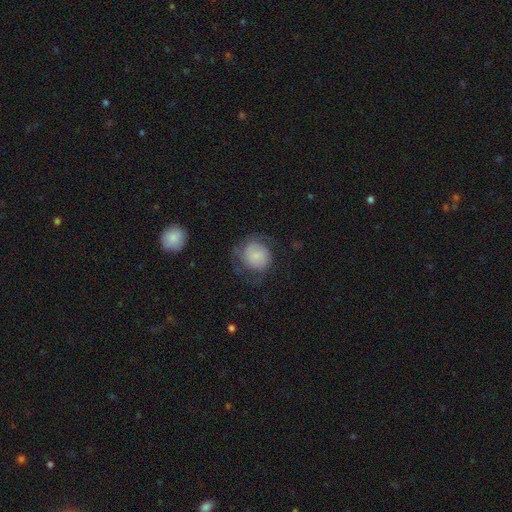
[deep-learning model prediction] Q: Smooth or featured?
A: smooth (52%); runner-up: featured or disk (40%)
Q: How rounded?
A: round (80%); runner-up: in between (19%)
Q: Merging?
A: none (57%); runner-up: minor disturbance (22%)